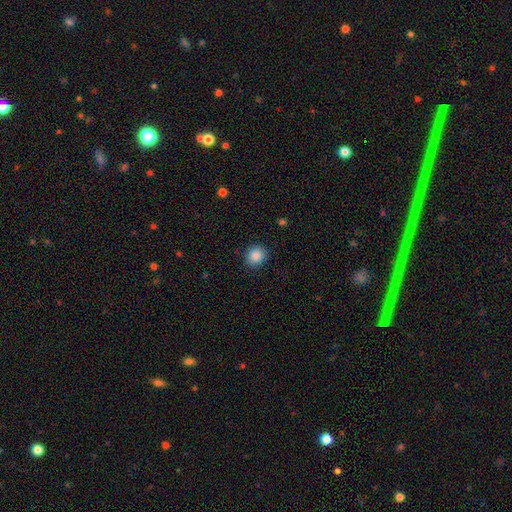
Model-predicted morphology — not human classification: This is clearly a smooth galaxy (87%). How rounded: likely round (79%). Merging: clearly none (89%).